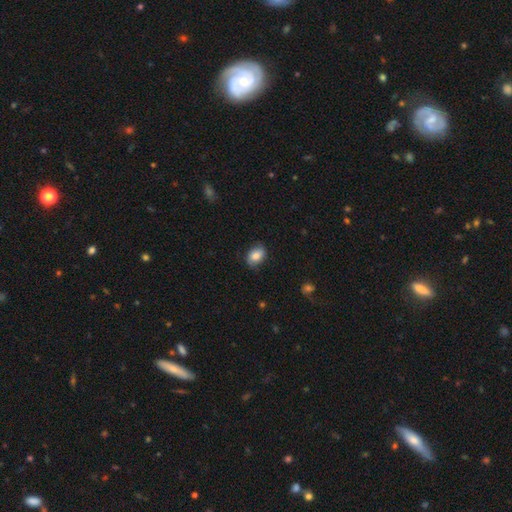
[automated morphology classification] The model was most divided on "how rounded": in between: 80%, round: 19%, cigar-shaped: 1%. More confident: merging — none (80%); smooth or featured — smooth (80%).